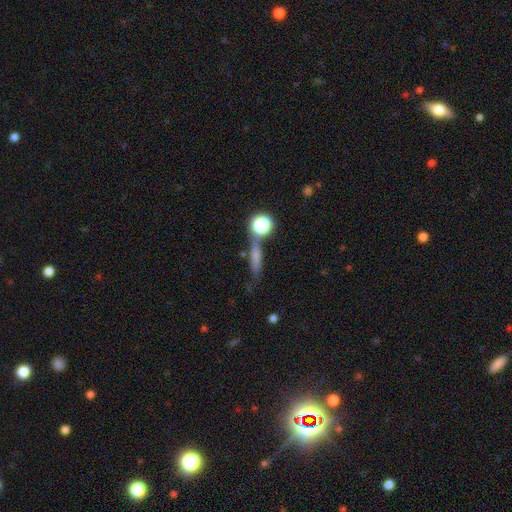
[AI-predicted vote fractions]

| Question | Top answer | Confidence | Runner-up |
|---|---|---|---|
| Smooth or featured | smooth | 57% | featured or disk (25%) |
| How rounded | cigar-shaped | 63% | in between (20%) |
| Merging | none | 64% | minor disturbance (15%) |